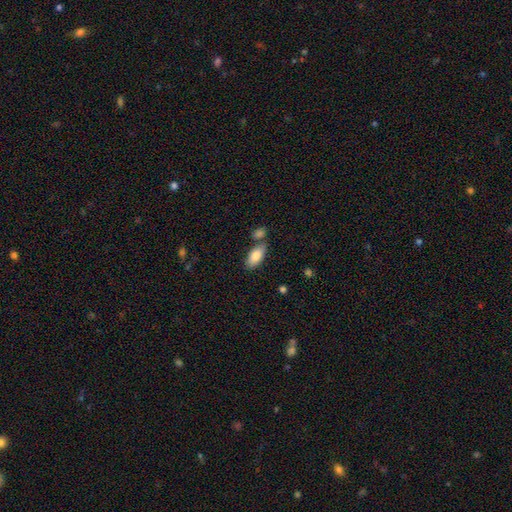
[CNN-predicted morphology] type=smooth (82%); roundness=in between (88%); merging=none (67%).